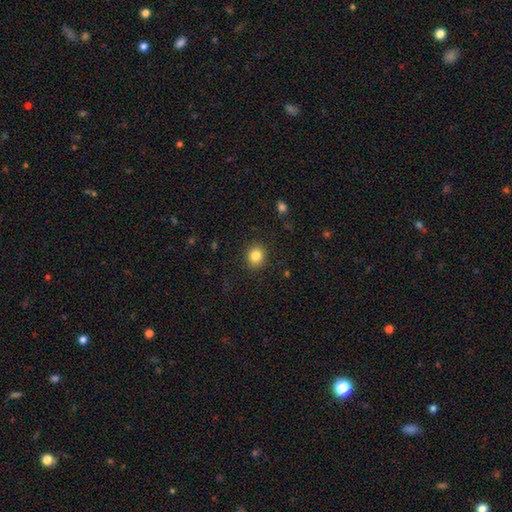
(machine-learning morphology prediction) This appears to be a smooth galaxy with no disk features (84%) that is round (77%). Merging: none (90%).